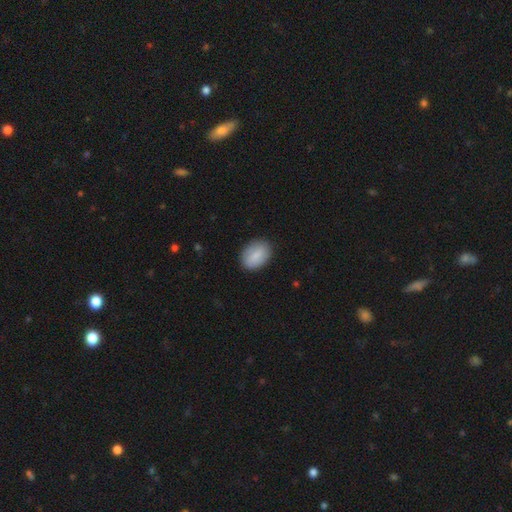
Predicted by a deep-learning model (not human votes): This is likely a smooth galaxy (79%). How rounded: clearly in between (83%). Merging: clearly none (85%).